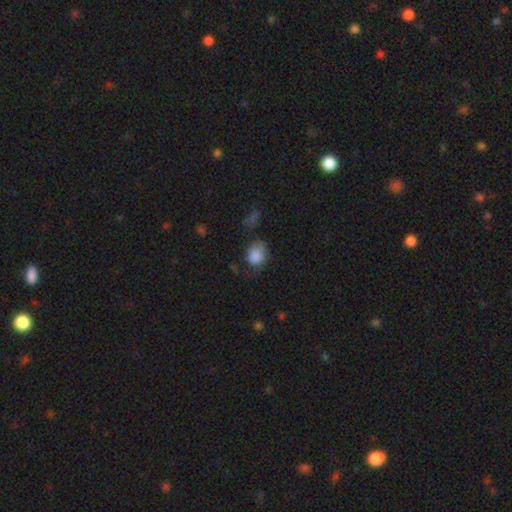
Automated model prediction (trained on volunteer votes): The model was most divided on "how rounded": in between: 52%, round: 47%, cigar-shaped: 1%. Remaining: smooth or featured — smooth (85%); merging — none (49%).